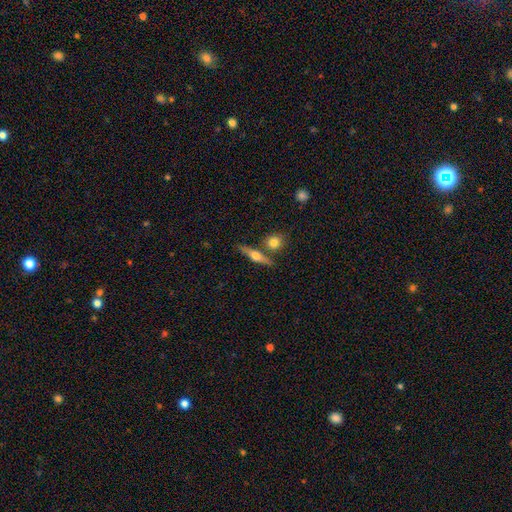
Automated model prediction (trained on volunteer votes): Overall: featured or disk (58%; smooth 35%). Edge-on disk: yes (95%). Edge-on bulge: rounded (92%). Merging: none (75%).